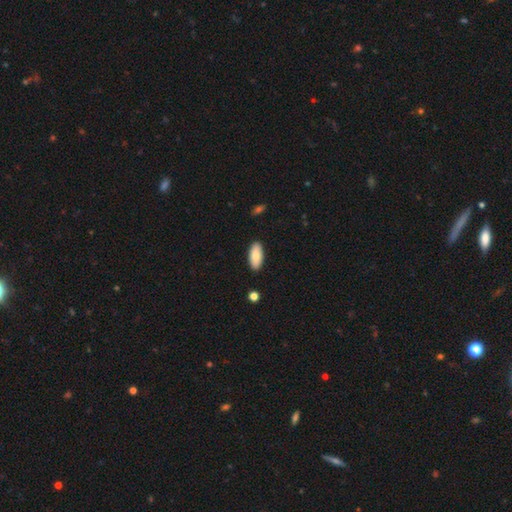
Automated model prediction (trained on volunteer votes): A smooth galaxy with no disk features (85%) that is in between round and cigar-shaped (87%).

Vote fractions:
- Smooth or featured? smooth: 85% / featured or disk: 9% / star or artifact: 6%
- How rounded? in between: 87% / cigar-shaped: 11% / round: 2%
- Merging? none: 89% / minor disturbance: 8% / major disturbance: 2% / merger: 1%